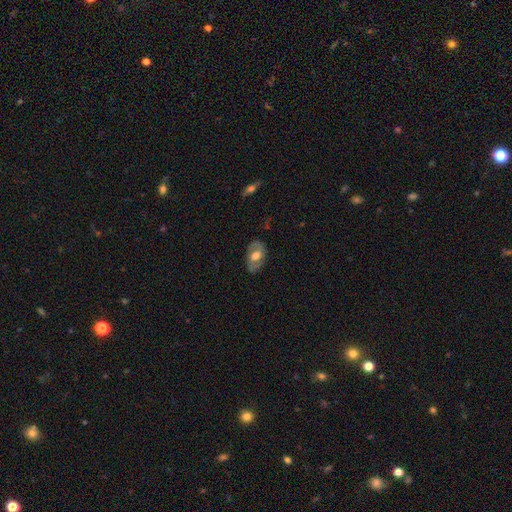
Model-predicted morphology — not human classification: Smooth or featured?
  - featured or disk: 52% *
  - smooth: 41%
  - star or artifact: 6%
Edge-on disk?
  - no: 92% *
  - yes: 8%
Merging?
  - none: 75% *
  - minor disturbance: 19%
  - major disturbance: 6%
  - merger: 1%